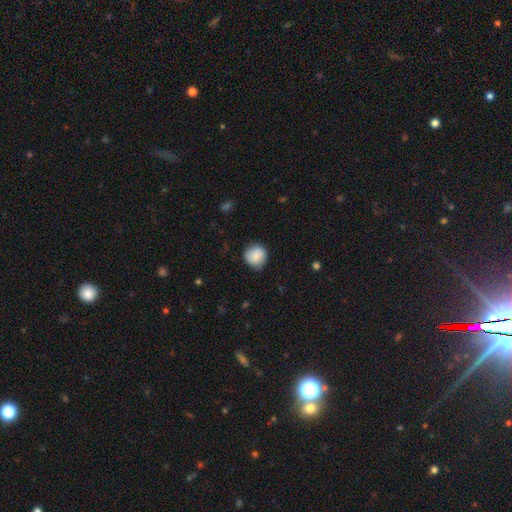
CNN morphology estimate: smooth_or_featured: smooth (p=0.83) [alt: featured or disk p=0.10]
how_rounded: round (p=0.90) [alt: in between p=0.09]
merging: none (p=0.81) [alt: minor disturbance p=0.15]